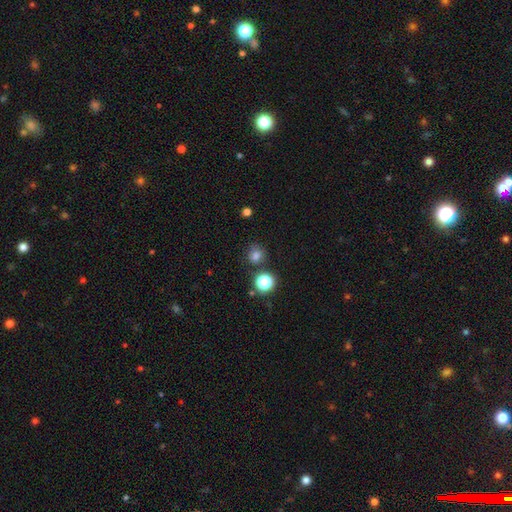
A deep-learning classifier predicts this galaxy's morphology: A smooth galaxy with no disk features (74%) that is round (80%). Merging: none (72%).